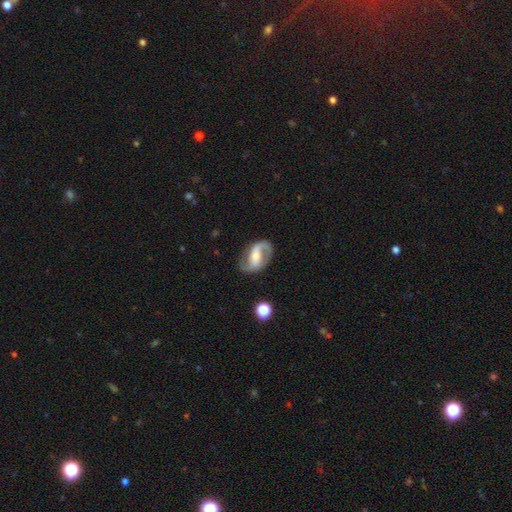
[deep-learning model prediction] A featured or disk galaxy (84%) with a strong bar (41%), 2 (91%) medium (51%) spiral arms (94%) and a moderate central bulge (47%). Merging: none (80%).